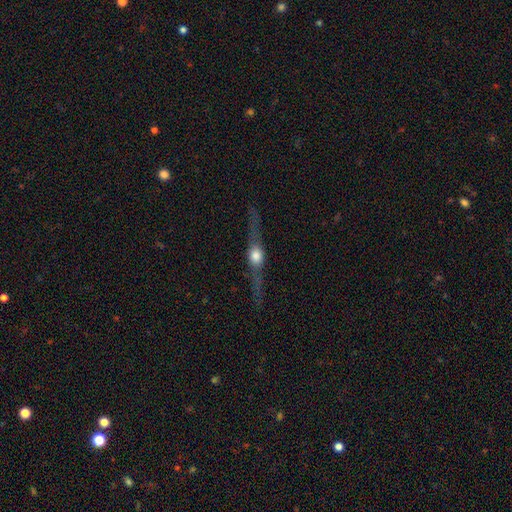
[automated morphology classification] smooth-or-featured: featured or disk: 79% | smooth: 15% | star or artifact: 7%
  disk-edge-on: yes: 95% | no: 5%
    edge-on-bulge: rounded: 95% | boxy: 4% | none: 2%
  merging: none: 84% | minor disturbance: 10% | major disturbance: 4% | merger: 2%